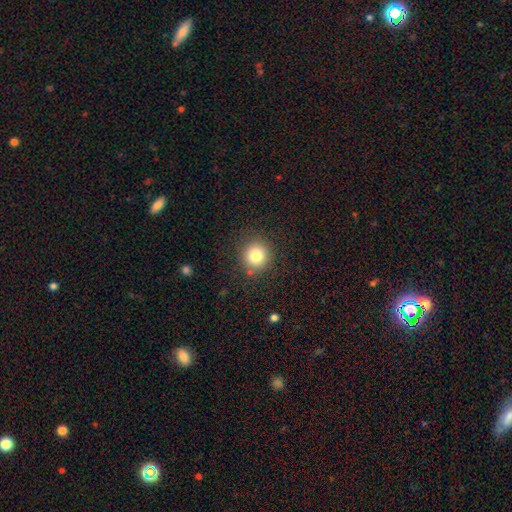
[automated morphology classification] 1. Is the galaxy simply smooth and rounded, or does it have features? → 80% smooth, 12% star or artifact, 8% featured or disk.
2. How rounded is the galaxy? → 92% round, 7% in between, 1% cigar-shaped.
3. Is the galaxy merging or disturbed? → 87% none, 8% minor disturbance, 3% major disturbance, 2% merger.